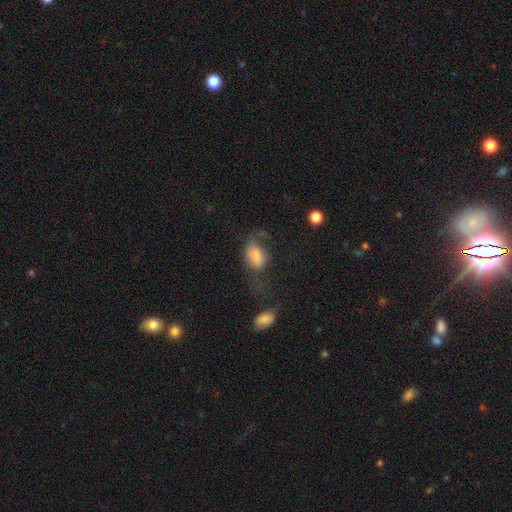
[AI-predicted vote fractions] Smooth or featured? Predicted: smooth (p=0.72). How rounded? Predicted: in between (p=0.87). Merging? Predicted: major disturbance (p=0.36).